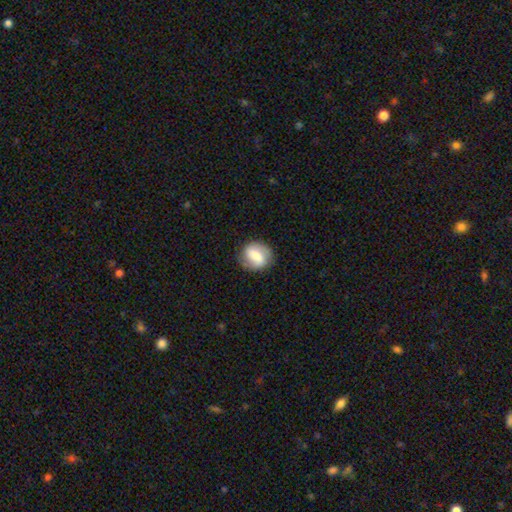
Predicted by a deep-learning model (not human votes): featured or disk 53%, smooth 40%, star or artifact 7%. Down the decision tree: edge-on disk — no (97%); bar — strong (41%); spiral arms — yes (81%); bulge size — moderate (44%); merging — none (82%).